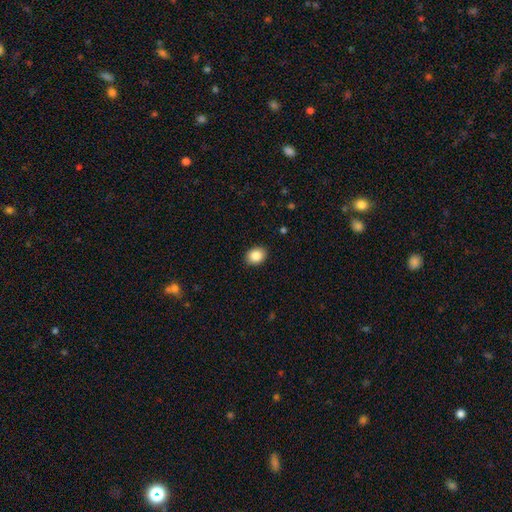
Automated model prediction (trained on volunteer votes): The model was most divided on "how rounded": in between: 55%, round: 44%, cigar-shaped: 1%. More confident: merging — none (90%); smooth or featured — smooth (87%).